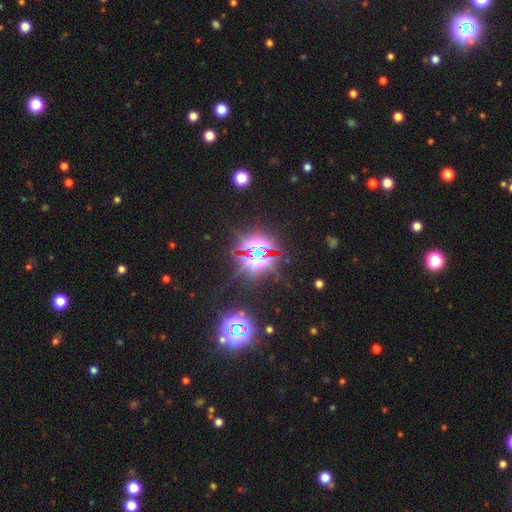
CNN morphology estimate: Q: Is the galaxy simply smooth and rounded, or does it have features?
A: star or artifact — 80%.